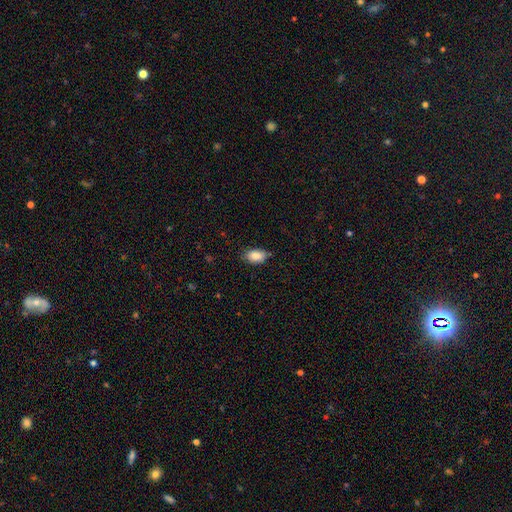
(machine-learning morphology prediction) Smooth or featured? Predicted: smooth (p=0.86). How rounded? Predicted: in between (p=0.90). Merging? Predicted: none (p=0.78).